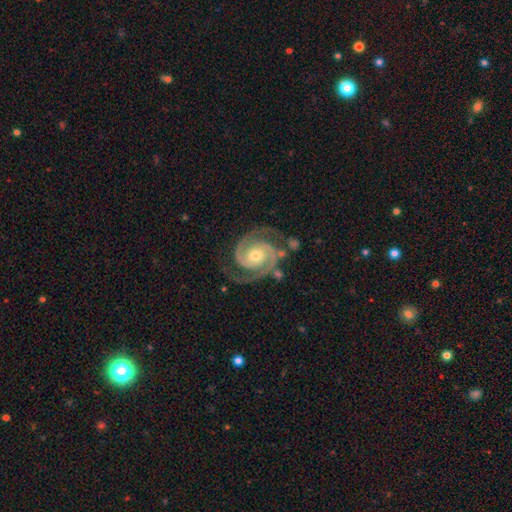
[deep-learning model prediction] Smooth or featured?
  - featured or disk: 93% *
  - star or artifact: 4%
  - smooth: 2%
Edge-on disk?
  - no: 98% *
  - yes: 2%
Bar?
  - no: 69% *
  - weak: 22%
  - strong: 9%
Spiral arms?
  - yes: 99% *
  - no: 1%
Spiral winding?
  - tight: 57% *
  - medium: 38%
  - loose: 5%
Spiral arm count?
  - 2: 92% *
  - 3: 3%
  - can't tell: 2%
  - 1: 1%
  - 4: 1%
  - more than 4: 1%
Bulge size?
  - moderate: 61% *
  - small: 34%
  - large: 3%
  - none: 1%
  - dominant: 1%
Merging?
  - none: 77% *
  - minor disturbance: 15%
  - major disturbance: 6%
  - merger: 3%